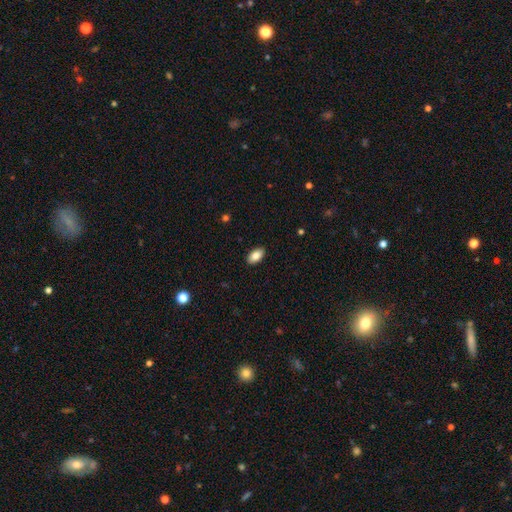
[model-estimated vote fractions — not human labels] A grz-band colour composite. It shows a smooth galaxy with no disk features (84%) that is in between round and cigar-shaped (93%). Merging: none (90%).